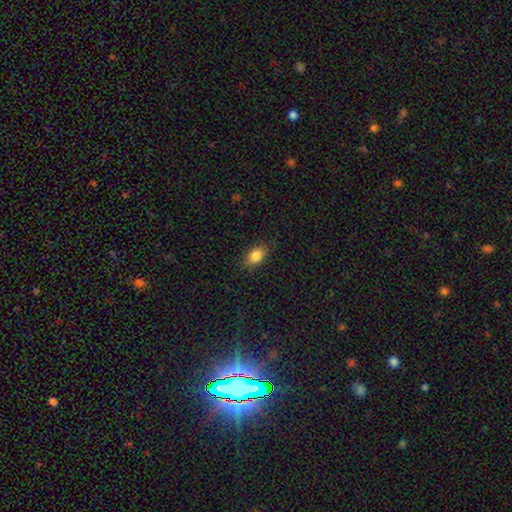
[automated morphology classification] smooth 85%, star or artifact 9%, featured or disk 6%. Down the decision tree: how rounded — in between (79%); merging — none (84%).